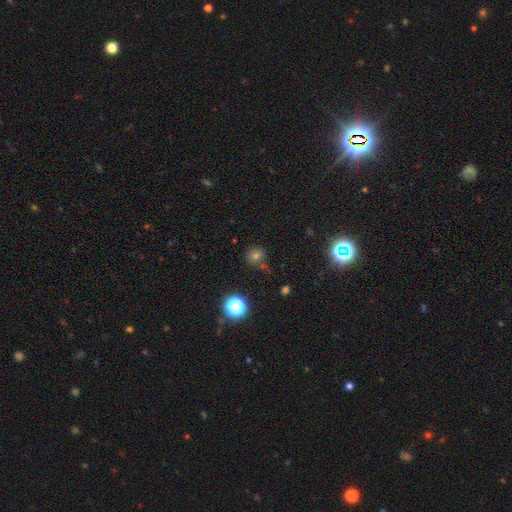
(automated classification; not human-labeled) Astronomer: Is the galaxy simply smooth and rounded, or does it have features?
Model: smooth — 64%.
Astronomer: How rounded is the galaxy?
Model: round — 86%.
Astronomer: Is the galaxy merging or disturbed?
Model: none — 74%.